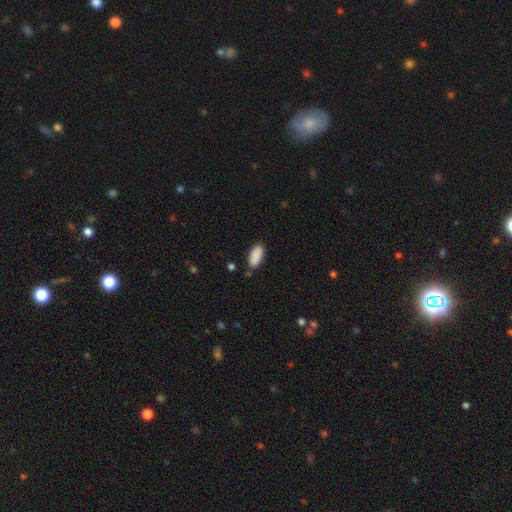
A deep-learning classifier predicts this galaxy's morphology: smooth-or-featured: smooth: 90% | star or artifact: 7% | featured or disk: 4%
  how-rounded: in between: 91% | cigar-shaped: 7% | round: 2%
  merging: none: 80% | minor disturbance: 14% | merger: 3% | major disturbance: 3%